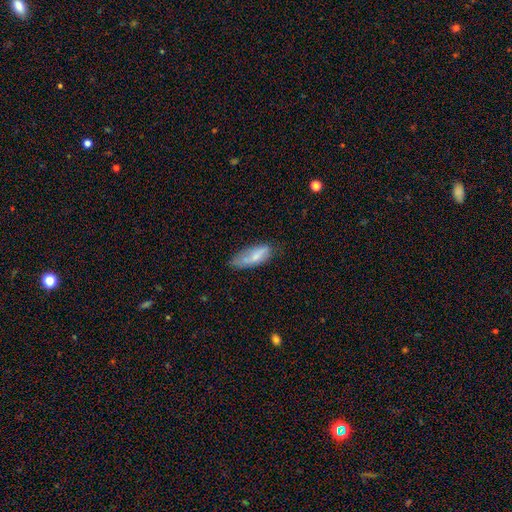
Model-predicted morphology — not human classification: A smooth galaxy with no disk features (68%) that is in between round and cigar-shaped (76%).

Vote fractions:
- Smooth or featured? smooth: 68% / featured or disk: 25% / star or artifact: 7%
- How rounded? in between: 76% / cigar-shaped: 21% / round: 2%
- Merging? none: 53% / minor disturbance: 33% / major disturbance: 10% / merger: 3%